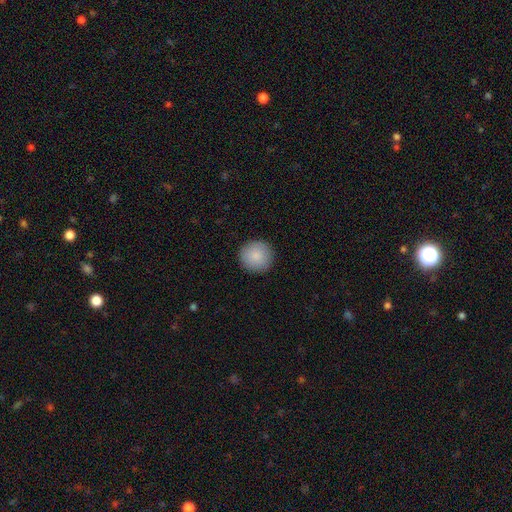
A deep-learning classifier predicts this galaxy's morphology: Smooth or featured? smooth (89%)
How rounded? round (95%)
Merging? none (92%)